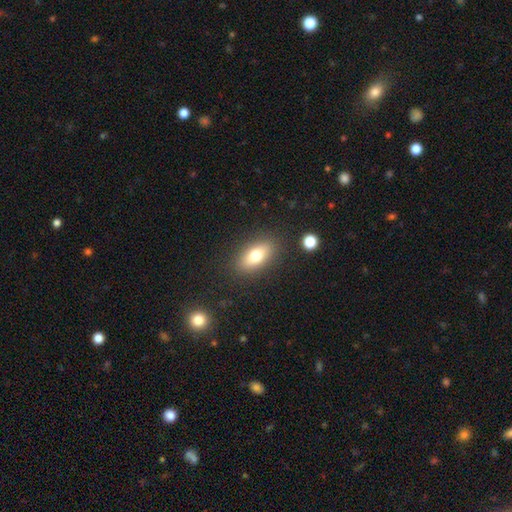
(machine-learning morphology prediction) type=smooth (73%); roundness=in between (84%); merging=none (86%).